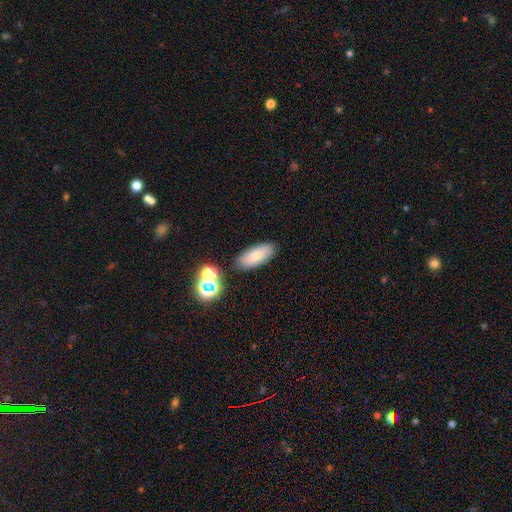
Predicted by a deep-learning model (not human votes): Smooth or featured? smooth (76%)
How rounded? in between (79%)
Merging? none (83%)